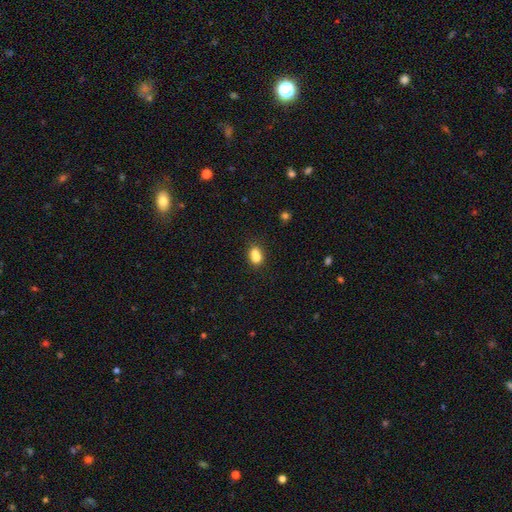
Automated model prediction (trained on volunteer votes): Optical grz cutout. It shows a smooth galaxy with no disk features (81%) that is in between round and cigar-shaped (74%). Merging: none (55%).